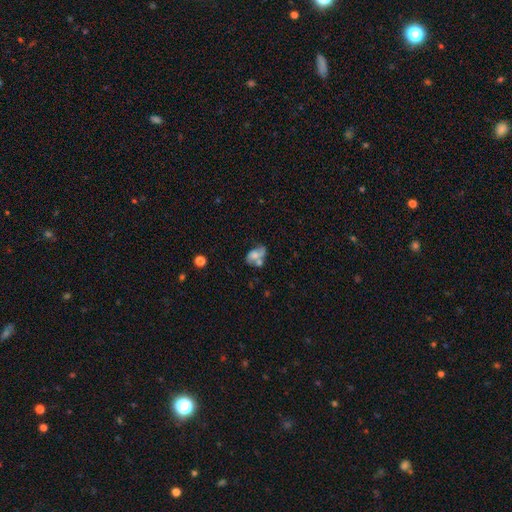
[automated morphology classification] A featured or disk galaxy (51%).

Vote fractions:
- Smooth or featured? featured or disk: 51% / smooth: 39% / star or artifact: 10%
- Edge-on disk? no: 97% / yes: 3%
- Merging? merger: 35% / none: 29% / minor disturbance: 19% / major disturbance: 17%